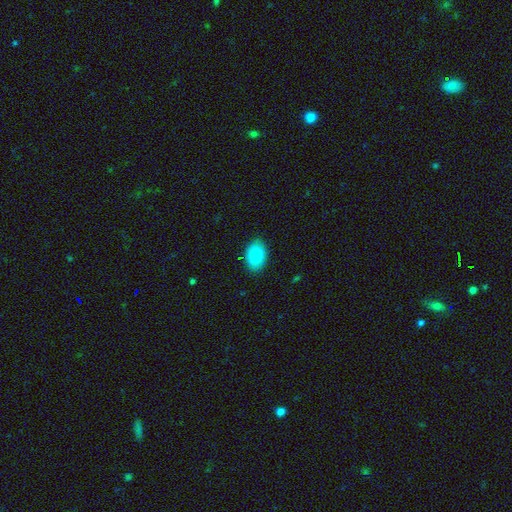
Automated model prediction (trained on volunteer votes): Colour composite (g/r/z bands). It shows a smooth galaxy with no disk features (89%) that is in between round and cigar-shaped (90%). Merging: none (86%).